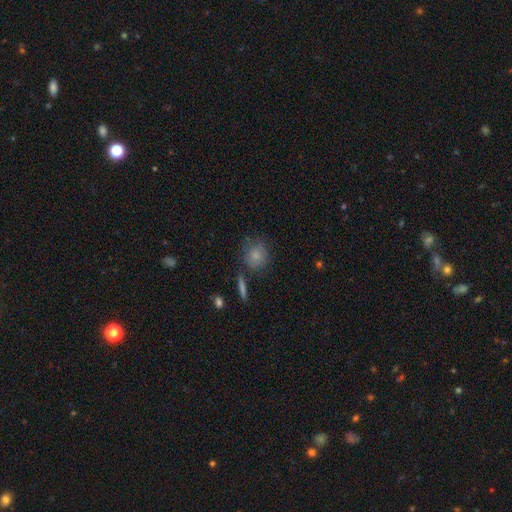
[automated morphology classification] smooth_or_featured: smooth (p=0.81) [alt: featured or disk p=0.10]
how_rounded: round (p=0.79) [alt: in between p=0.19]
merging: none (p=0.72) [alt: minor disturbance p=0.17]